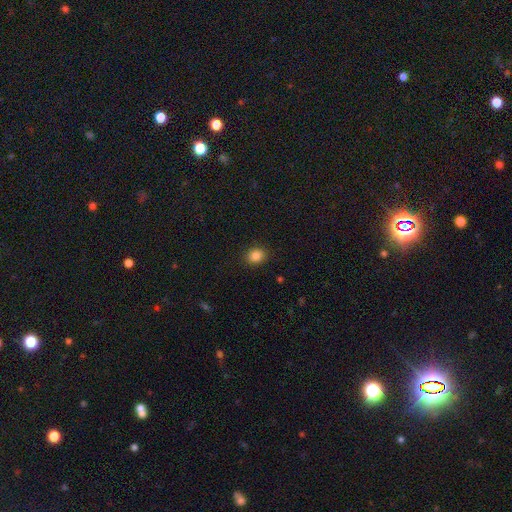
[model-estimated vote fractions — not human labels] A smooth galaxy with no disk features (85%) that is round (69%).

Vote fractions:
- Smooth or featured? smooth: 85% / star or artifact: 11% / featured or disk: 4%
- How rounded? round: 69% / in between: 30% / cigar-shaped: 1%
- Merging? none: 90% / minor disturbance: 7% / major disturbance: 2% / merger: 1%